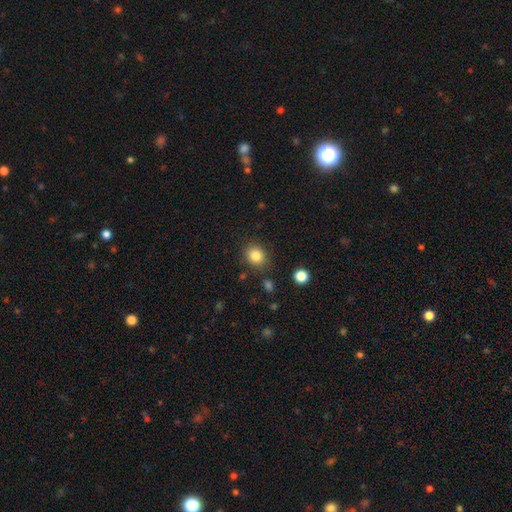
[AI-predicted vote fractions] Smooth or featured? smooth (84%)
How rounded? round (65%)
Merging? none (83%)